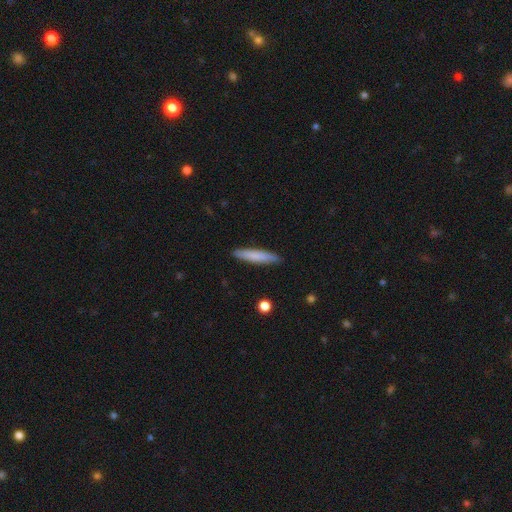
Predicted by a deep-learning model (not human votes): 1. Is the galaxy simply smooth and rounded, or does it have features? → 76% smooth, 18% featured or disk, 5% star or artifact.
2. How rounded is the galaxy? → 91% cigar-shaped, 8% in between, 1% round.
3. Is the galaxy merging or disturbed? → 89% none, 9% minor disturbance, 2% major disturbance, 1% merger.